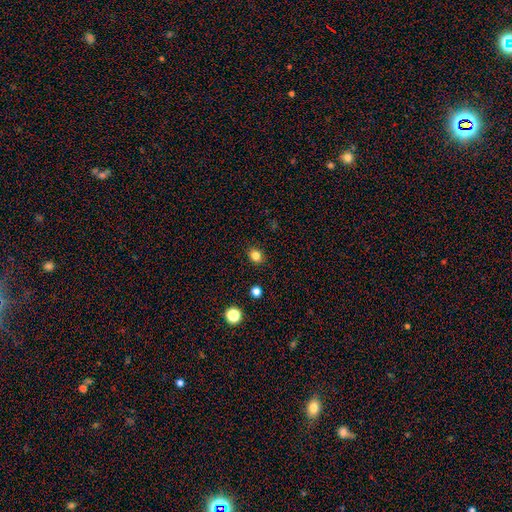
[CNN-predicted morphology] smooth-or-featured: smooth: 82% | star or artifact: 12% | featured or disk: 5%
  how-rounded: round: 54% | in between: 45% | cigar-shaped: 1%
  merging: none: 89% | minor disturbance: 8% | major disturbance: 2% | merger: 1%